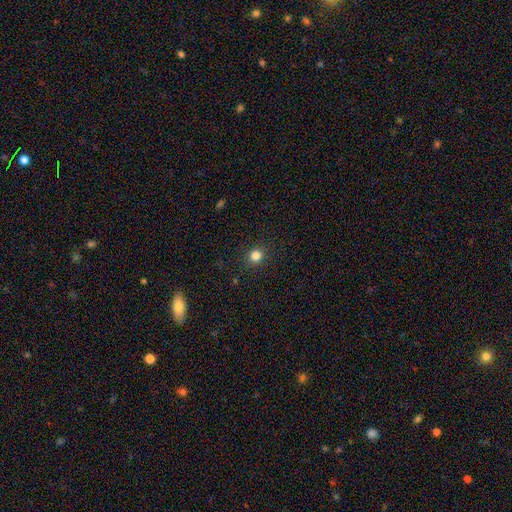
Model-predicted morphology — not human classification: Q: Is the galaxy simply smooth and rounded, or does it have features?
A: smooth — 82%.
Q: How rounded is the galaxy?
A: round — 88%.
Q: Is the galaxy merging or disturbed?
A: none — 91%.